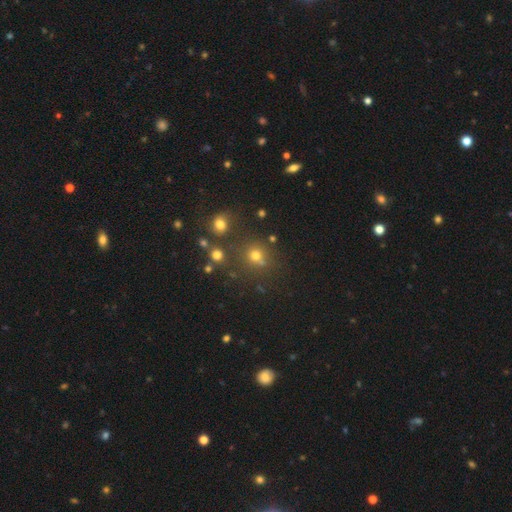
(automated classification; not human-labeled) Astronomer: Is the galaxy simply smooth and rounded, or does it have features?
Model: smooth — 63%.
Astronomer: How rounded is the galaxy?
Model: round — 87%.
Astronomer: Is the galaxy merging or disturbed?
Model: none — 71%.